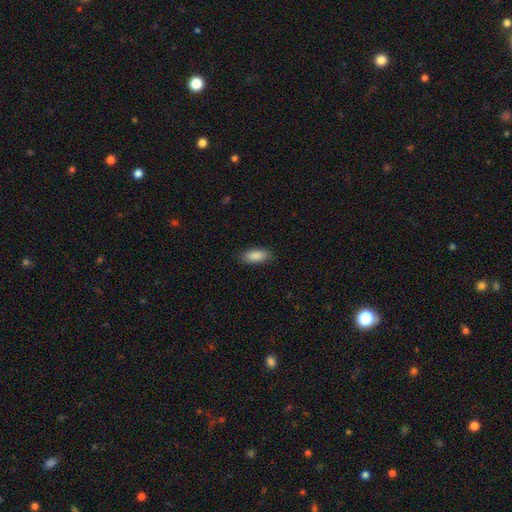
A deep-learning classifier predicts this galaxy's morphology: Q: Smooth or featured?
A: smooth (89%); runner-up: star or artifact (6%)
Q: How rounded?
A: in between (87%); runner-up: cigar-shaped (11%)
Q: Merging?
A: none (87%); runner-up: minor disturbance (10%)